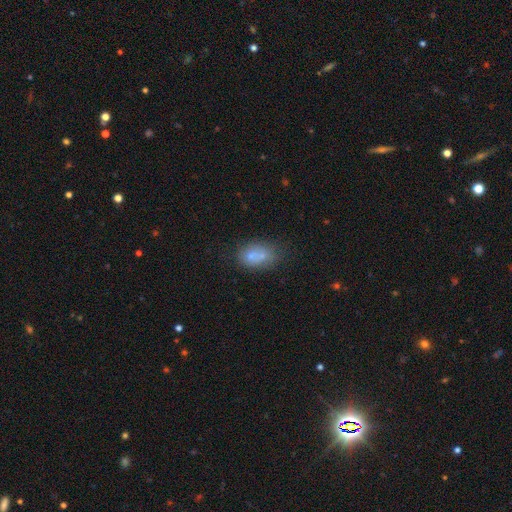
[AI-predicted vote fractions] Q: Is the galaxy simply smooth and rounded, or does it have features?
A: smooth — 67%.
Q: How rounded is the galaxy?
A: in between — 81%.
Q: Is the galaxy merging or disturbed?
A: none — 42%.